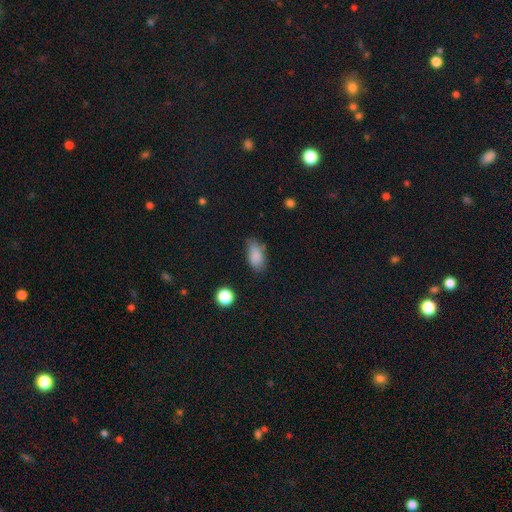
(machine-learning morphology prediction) Overall: smooth (84%). How rounded: in between (89%). Merging: none (60%; minor disturbance 30%).